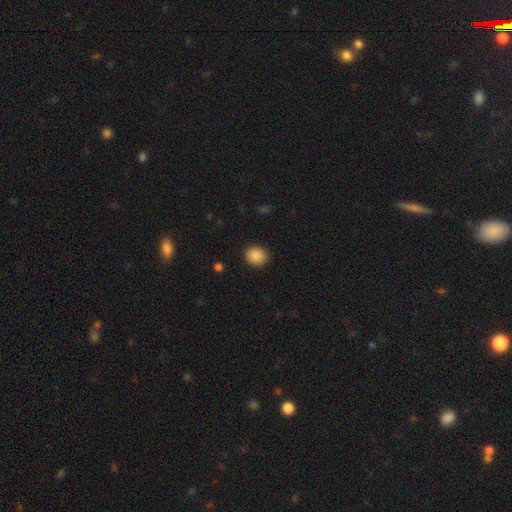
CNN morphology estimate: smooth-or-featured: smooth: 88% | star or artifact: 8% | featured or disk: 4%
  how-rounded: round: 70% | in between: 29% | cigar-shaped: 1%
  merging: none: 90% | minor disturbance: 7% | major disturbance: 2% | merger: 1%